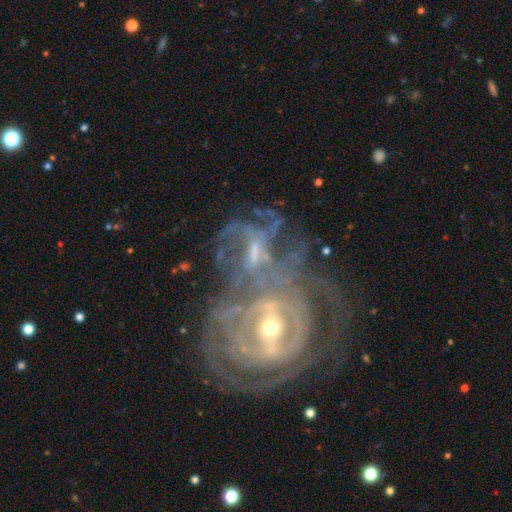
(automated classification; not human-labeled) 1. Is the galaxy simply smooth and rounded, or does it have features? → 85% featured or disk, 8% star or artifact, 7% smooth.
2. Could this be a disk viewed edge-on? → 97% no, 3% yes.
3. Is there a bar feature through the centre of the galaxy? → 37% strong, 35% weak, 27% no.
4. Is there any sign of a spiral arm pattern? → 85% yes, 15% no.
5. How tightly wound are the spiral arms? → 59% tight, 29% medium, 11% loose.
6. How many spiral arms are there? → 45% can't tell, 16% 2, 13% 3, 10% 4, 9% more than 4, 7% 1.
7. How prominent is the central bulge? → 49% moderate, 44% small, 3% large, 3% none, 1% dominant.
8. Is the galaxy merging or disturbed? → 63% merger, 16% none, 13% major disturbance, 8% minor disturbance.